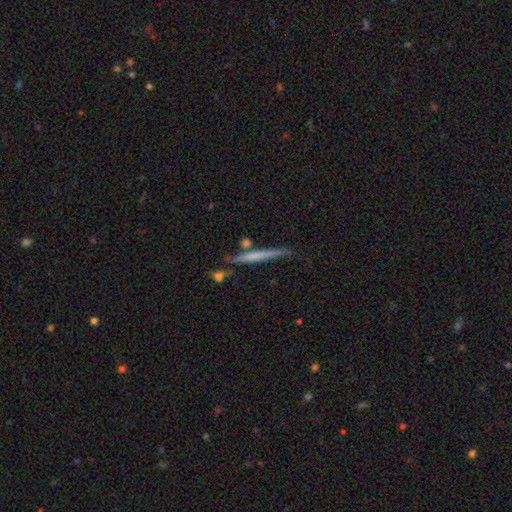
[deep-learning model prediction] Q: Smooth or featured?
A: featured or disk (48%); runner-up: smooth (46%)
Q: Merging?
A: none (76%); runner-up: minor disturbance (13%)